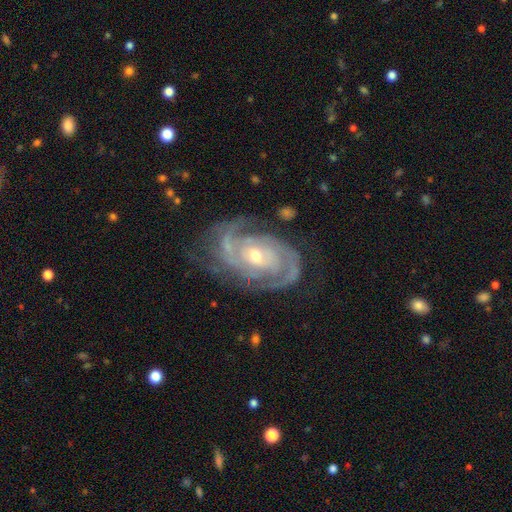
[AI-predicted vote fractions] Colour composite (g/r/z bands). It shows a featured or disk galaxy (92%) with no bar (61%), 2 (55%) tight (68%) spiral arms (98%) and a small central bulge (51%). Merging: none (72%).